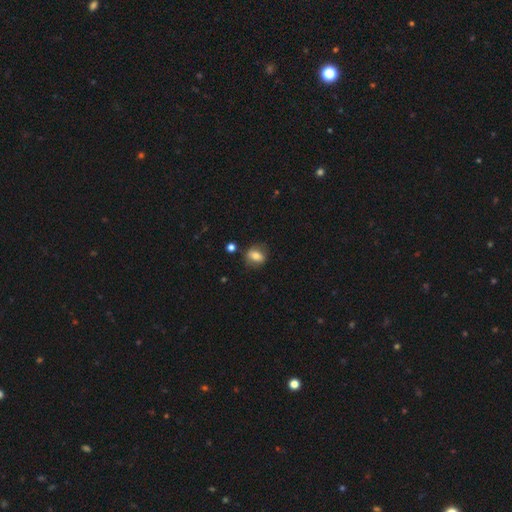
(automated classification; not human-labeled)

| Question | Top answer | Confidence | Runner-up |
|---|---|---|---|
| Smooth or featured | smooth | 67% | featured or disk (24%) |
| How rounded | in between | 51% | round (47%) |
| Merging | none | 77% | minor disturbance (15%) |